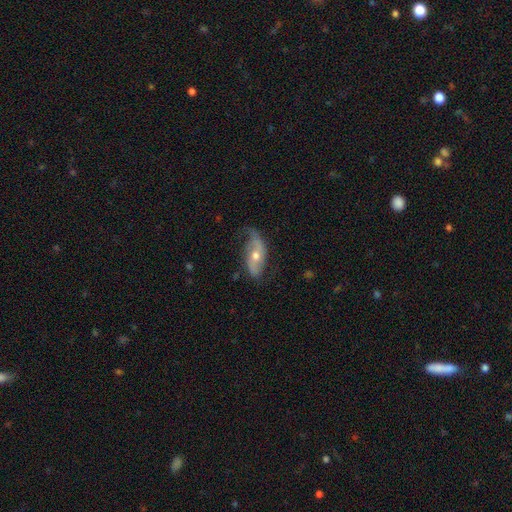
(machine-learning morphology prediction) Smooth or featured? Predicted: featured or disk (p=0.75). Edge-on disk? Predicted: no (p=0.90). Bar? Predicted: no (p=0.60). Spiral arms? Predicted: yes (p=0.89). Spiral winding? Predicted: loose (p=0.64). Spiral arm count? Predicted: 2 (p=0.85). Bulge size? Predicted: moderate (p=0.67). Merging? Predicted: none (p=0.60).